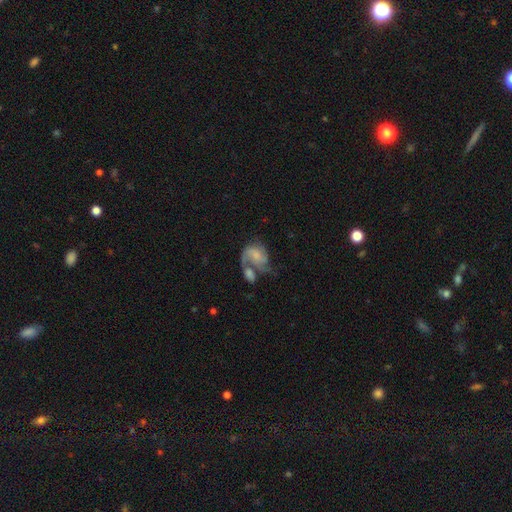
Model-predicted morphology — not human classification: This appears to be a featured or disk galaxy (60%) with no bar (64%), spiral arms (81%) and a small central bulge (33%). Merging: merger (44%).